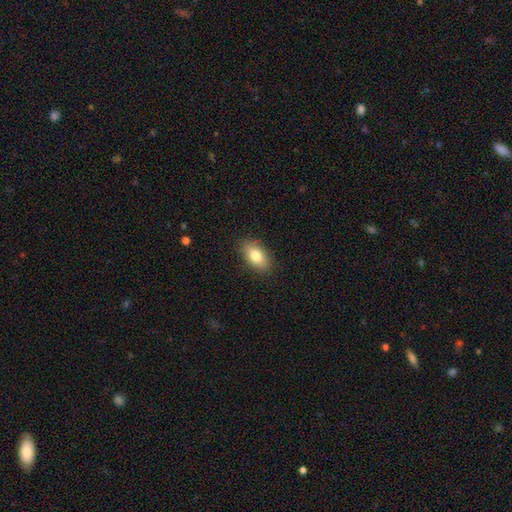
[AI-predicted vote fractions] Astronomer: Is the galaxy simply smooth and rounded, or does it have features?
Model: smooth — 80%.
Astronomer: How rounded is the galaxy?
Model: in between — 91%.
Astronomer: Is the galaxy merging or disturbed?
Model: none — 87%.